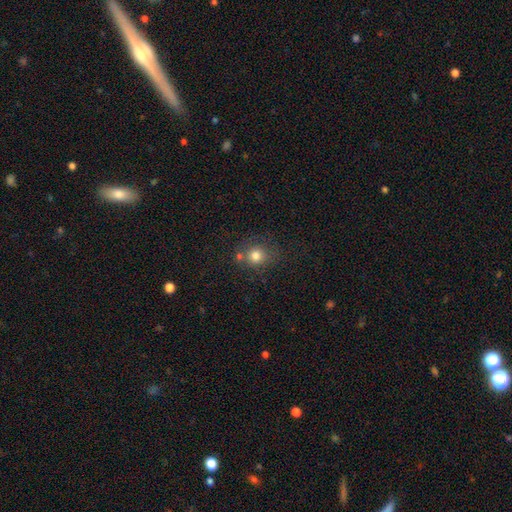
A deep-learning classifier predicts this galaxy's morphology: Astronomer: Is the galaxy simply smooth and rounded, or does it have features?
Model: smooth — 77%.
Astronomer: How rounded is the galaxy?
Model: round — 83%.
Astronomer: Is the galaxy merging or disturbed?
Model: none — 64%.